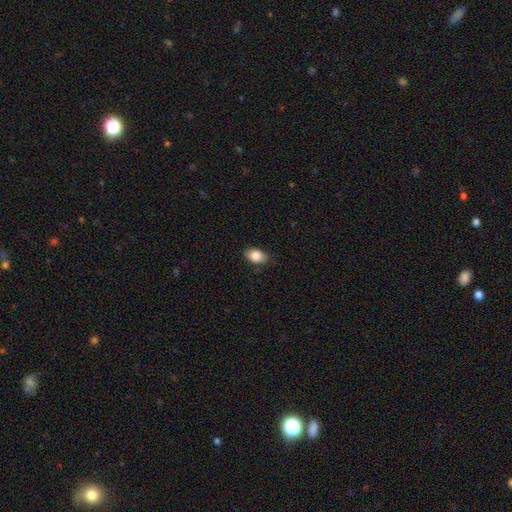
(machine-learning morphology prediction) A smooth galaxy with no disk features (85%) that is in between round and cigar-shaped (88%).

Vote fractions:
- Smooth or featured? smooth: 85% / featured or disk: 8% / star or artifact: 7%
- How rounded? in between: 88% / round: 10% / cigar-shaped: 2%
- Merging? none: 82% / minor disturbance: 14% / major disturbance: 3% / merger: 1%